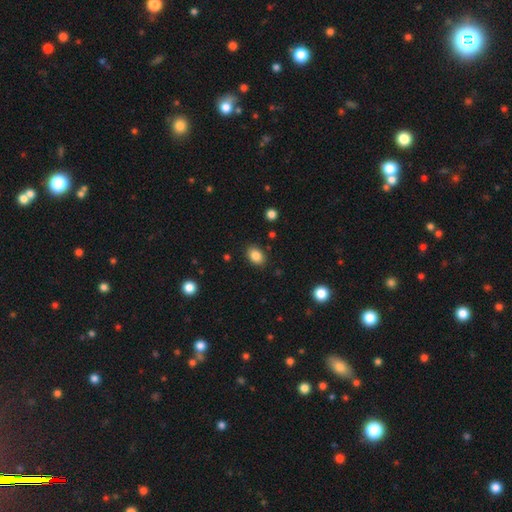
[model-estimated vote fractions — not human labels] Smooth or featured: smooth — 86% (star or artifact — 9%)
How rounded: in between — 72% (round — 27%)
Merging: none — 86% (minor disturbance — 10%)